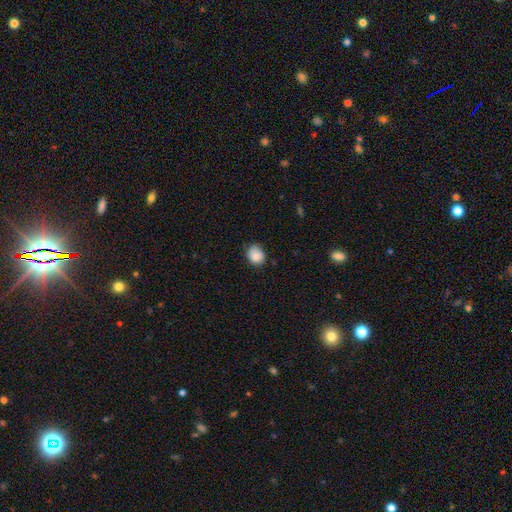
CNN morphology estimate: This is clearly a smooth galaxy (85%). How rounded: likely round (61%). Merging: likely none (70%).